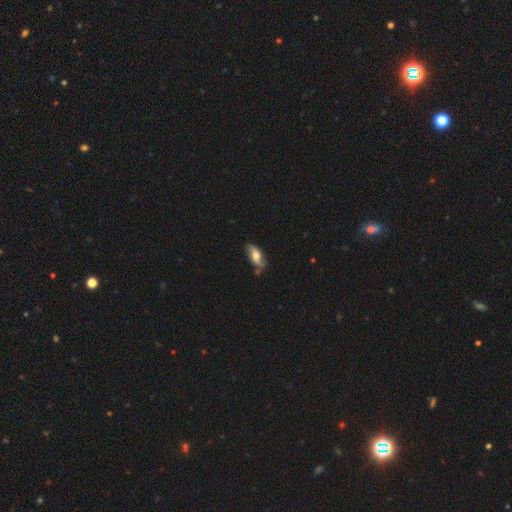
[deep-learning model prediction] Overall: featured or disk (52%; smooth 42%). Edge-on disk: no (79%). Merging: none (66%).